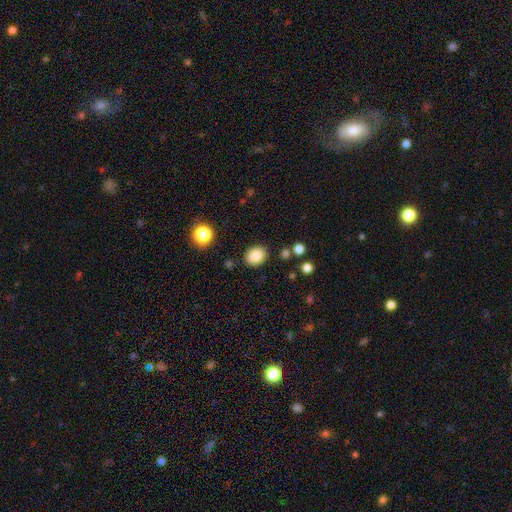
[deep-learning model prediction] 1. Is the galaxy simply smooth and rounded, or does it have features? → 86% smooth, 10% star or artifact, 5% featured or disk.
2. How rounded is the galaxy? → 60% round, 39% in between, 1% cigar-shaped.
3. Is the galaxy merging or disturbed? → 85% none, 9% minor disturbance, 3% major disturbance, 3% merger.